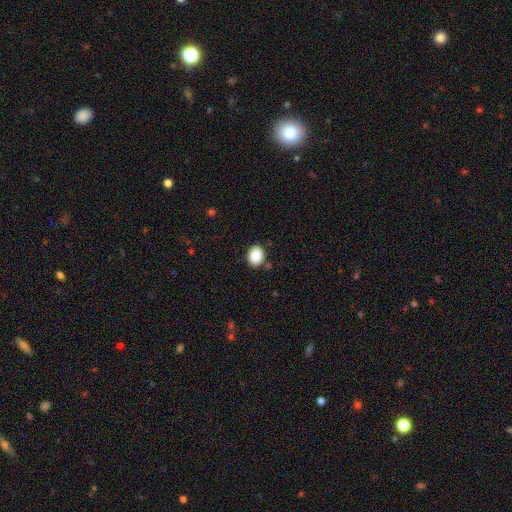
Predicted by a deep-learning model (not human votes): The model was most divided on "how rounded": in between: 61%, round: 38%, cigar-shaped: 1%. More confident: smooth or featured — smooth (89%); merging — none (83%).